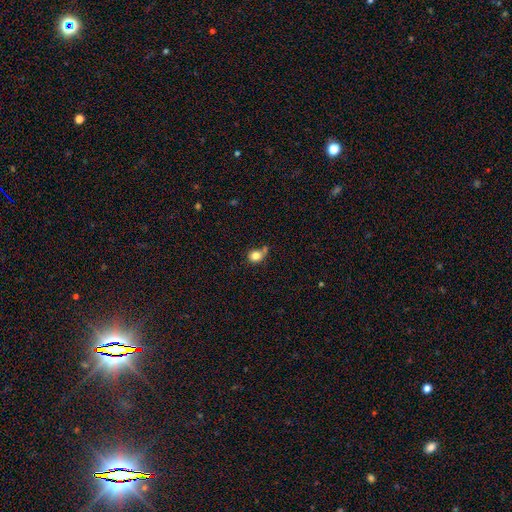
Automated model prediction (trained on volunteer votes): A smooth galaxy with no disk features (82%) that is round (75%). Merging: none (56%).